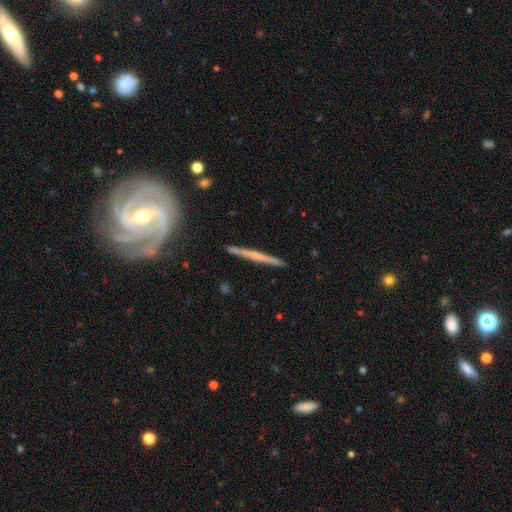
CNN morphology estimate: Smooth or featured? featured or disk (71%)
Edge-on disk? yes (96%)
Edge-on bulge? rounded (55%)
Merging? none (88%)